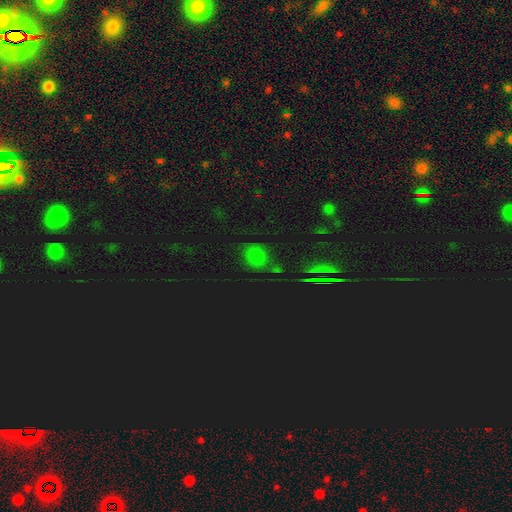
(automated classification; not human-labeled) Smooth or featured?
  - smooth: 50% *
  - star or artifact: 40%
  - featured or disk: 11%
Merging?
  - none: 66% *
  - minor disturbance: 20%
  - major disturbance: 9%
  - merger: 6%